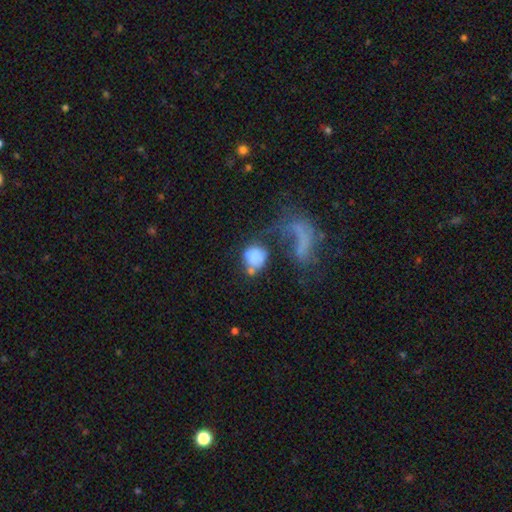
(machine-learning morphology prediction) Q: Smooth or featured?
A: smooth (72%); runner-up: featured or disk (17%)
Q: How rounded?
A: round (71%); runner-up: in between (27%)
Q: Merging?
A: merger (30%); runner-up: none (29%)